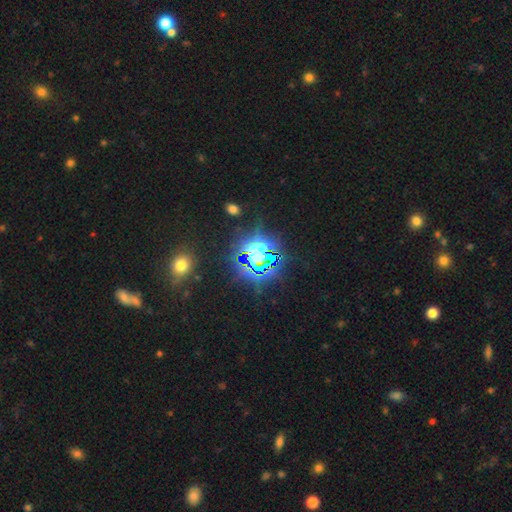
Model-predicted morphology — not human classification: Smooth or featured? star or artifact (79%)